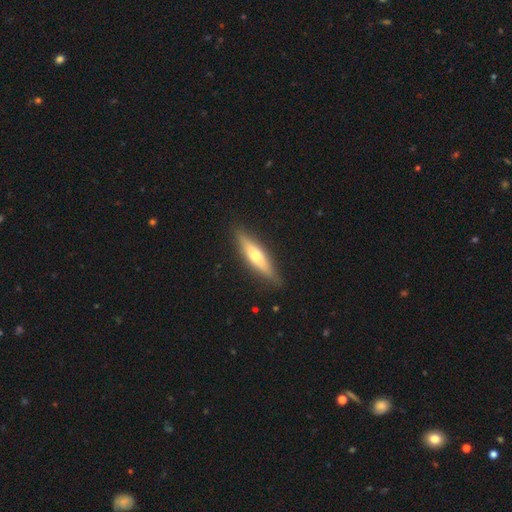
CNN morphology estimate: type=smooth (49%); merging=none (86%).